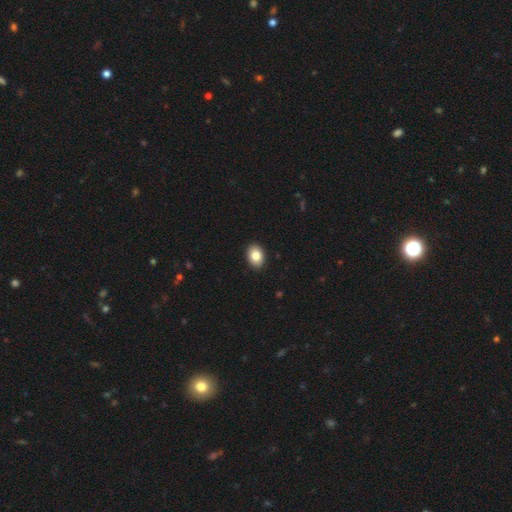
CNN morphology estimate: The model was most divided on "how rounded": in between: 76%, round: 23%, cigar-shaped: 1%. More confident: merging — none (92%); smooth or featured — smooth (83%).